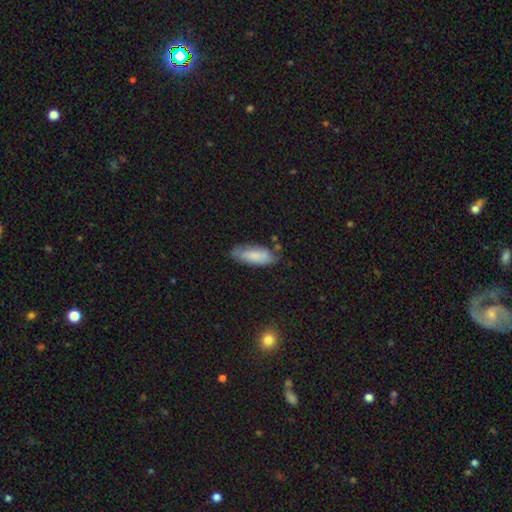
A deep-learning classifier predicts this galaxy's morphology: type=smooth (76%); roundness=in between (73%); merging=none (68%).